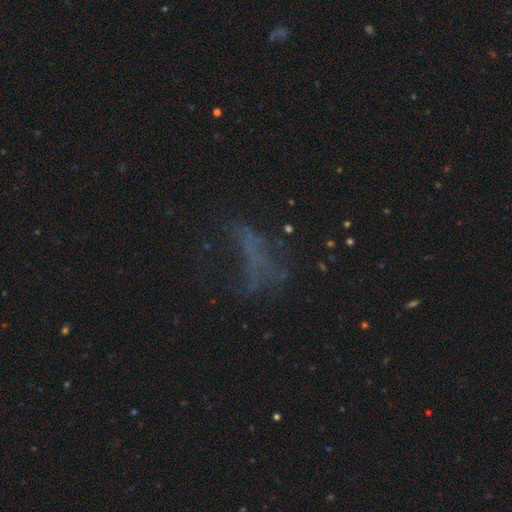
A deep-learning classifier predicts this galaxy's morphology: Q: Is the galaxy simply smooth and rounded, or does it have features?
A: featured or disk — 38%.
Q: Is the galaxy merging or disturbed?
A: none — 43%.